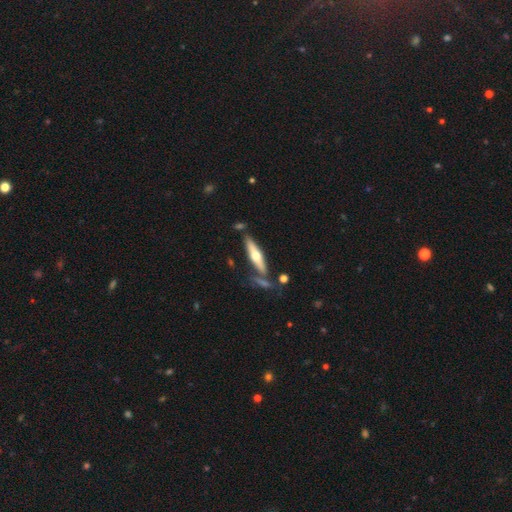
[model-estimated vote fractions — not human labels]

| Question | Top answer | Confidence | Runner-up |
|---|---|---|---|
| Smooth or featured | featured or disk | 54% | smooth (40%) |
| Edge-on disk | yes | 90% | no (10%) |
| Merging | none | 68% | minor disturbance (16%) |